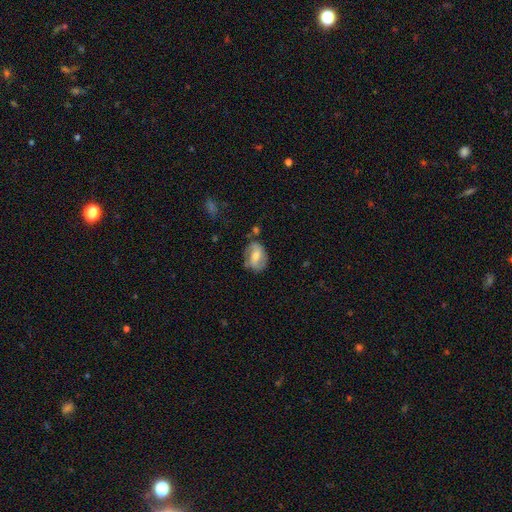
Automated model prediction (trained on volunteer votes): Smooth or featured?
  - featured or disk: 54% *
  - smooth: 39%
  - star or artifact: 7%
Edge-on disk?
  - no: 95% *
  - yes: 5%
Bar?
  - weak: 43% *
  - no: 30%
  - strong: 28%
Spiral arms?
  - yes: 75% *
  - no: 25%
Bulge size?
  - moderate: 63% *
  - small: 25%
  - large: 8%
  - none: 3%
  - dominant: 1%
Merging?
  - none: 67% *
  - minor disturbance: 22%
  - major disturbance: 7%
  - merger: 4%